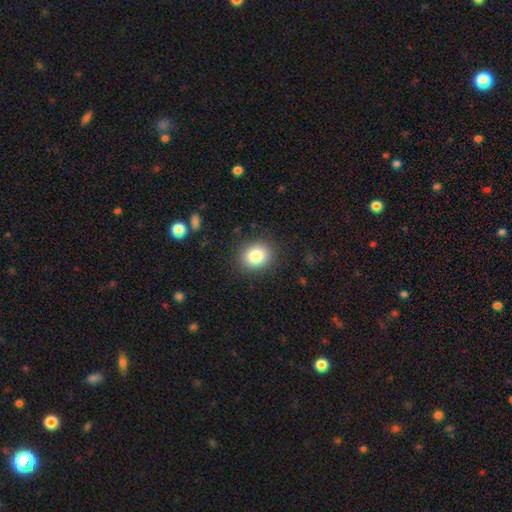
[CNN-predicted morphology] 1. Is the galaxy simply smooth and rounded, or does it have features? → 84% smooth, 10% star or artifact, 6% featured or disk.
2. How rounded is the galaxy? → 65% round, 35% in between, 1% cigar-shaped.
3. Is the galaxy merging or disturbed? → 88% none, 8% minor disturbance, 3% major disturbance, 1% merger.